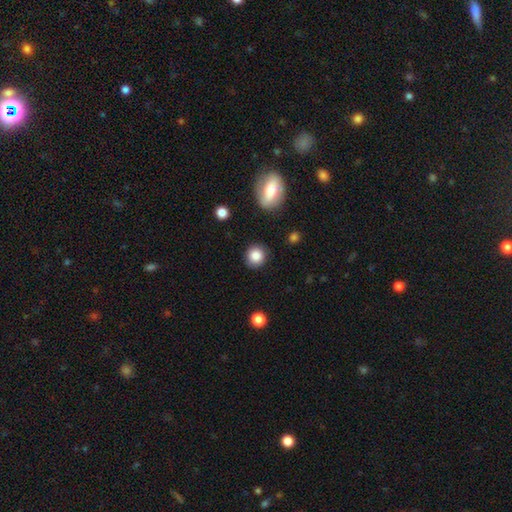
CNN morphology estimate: Smooth or featured? Predicted: smooth (p=0.85). How rounded? Predicted: round (p=0.89). Merging? Predicted: none (p=0.86).